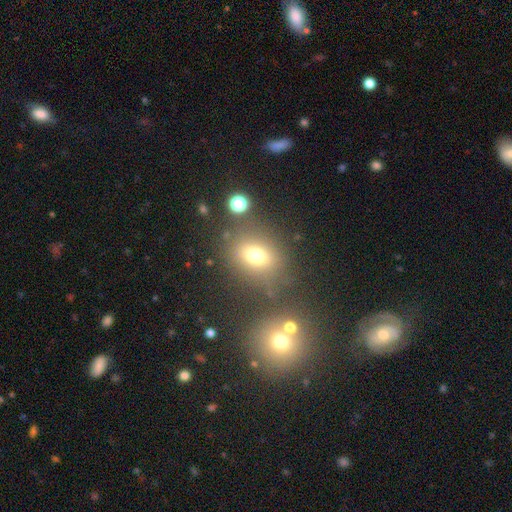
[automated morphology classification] Smooth or featured? Predicted: smooth (p=0.69). How rounded? Predicted: in between (p=0.56). Merging? Predicted: none (p=0.70).